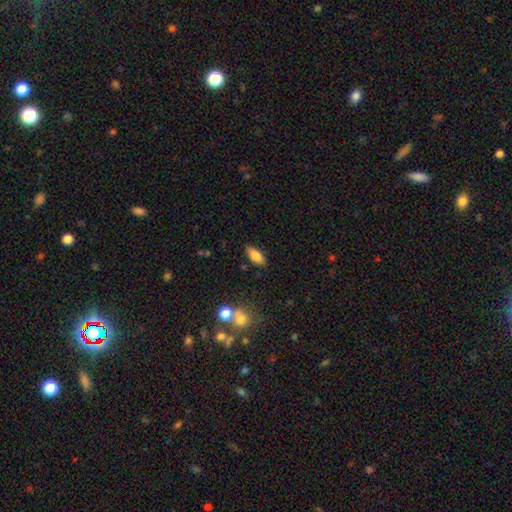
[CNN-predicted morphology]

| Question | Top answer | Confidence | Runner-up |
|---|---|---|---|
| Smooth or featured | smooth | 81% | featured or disk (11%) |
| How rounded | in between | 79% | cigar-shaped (18%) |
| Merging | none | 84% | minor disturbance (11%) |